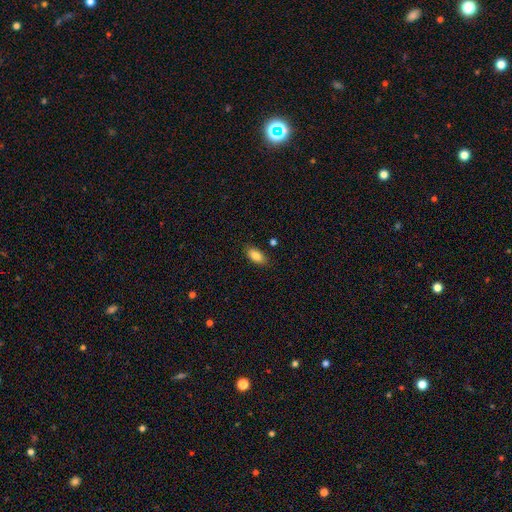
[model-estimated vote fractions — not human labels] A smooth galaxy with no disk features (85%) that is in between round and cigar-shaped (90%). Merging: none (84%).